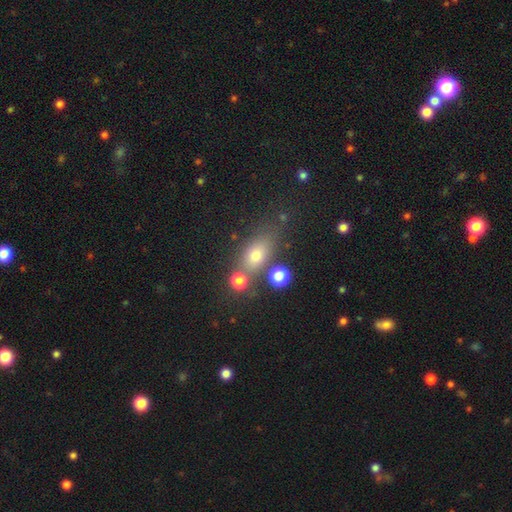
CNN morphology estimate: This is likely a smooth galaxy (65%). How rounded: likely in between (61%). Merging: likely none (61%).